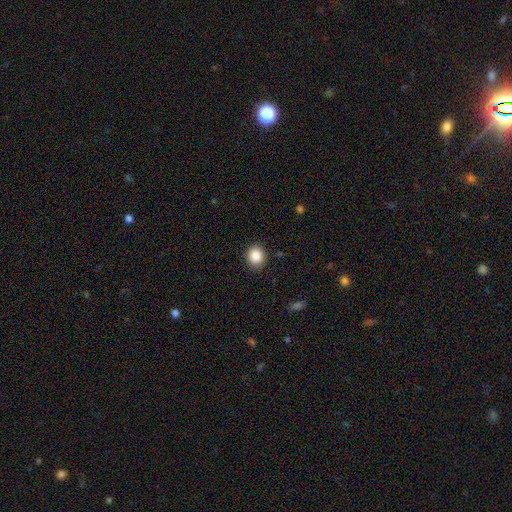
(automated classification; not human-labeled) smooth-or-featured: smooth: 87% | star or artifact: 9% | featured or disk: 3%
  how-rounded: round: 79% | in between: 20% | cigar-shaped: 1%
  merging: none: 89% | minor disturbance: 8% | major disturbance: 2% | merger: 1%